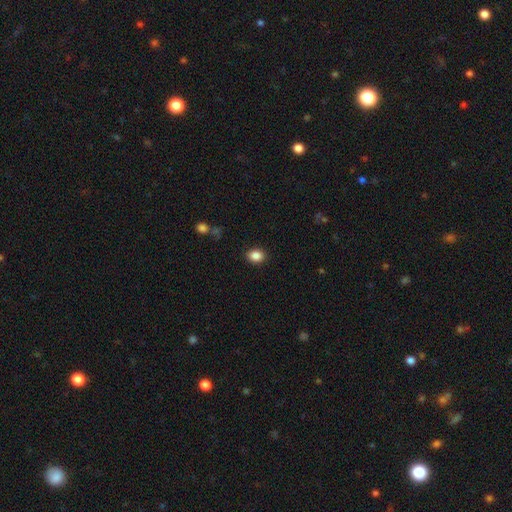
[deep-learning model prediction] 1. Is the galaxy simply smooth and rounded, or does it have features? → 87% smooth, 9% star or artifact, 4% featured or disk.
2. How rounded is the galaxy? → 52% in between, 47% round, 1% cigar-shaped.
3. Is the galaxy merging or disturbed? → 89% none, 8% minor disturbance, 2% major disturbance, 1% merger.